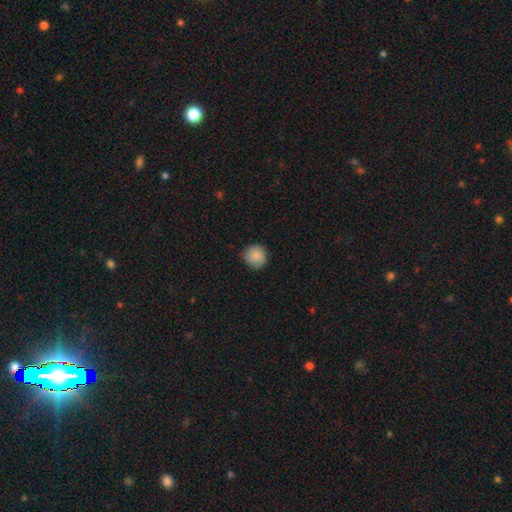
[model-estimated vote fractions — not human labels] smooth 87%, star or artifact 8%, featured or disk 6%. Down the decision tree: how rounded — round (93%); merging — none (84%).